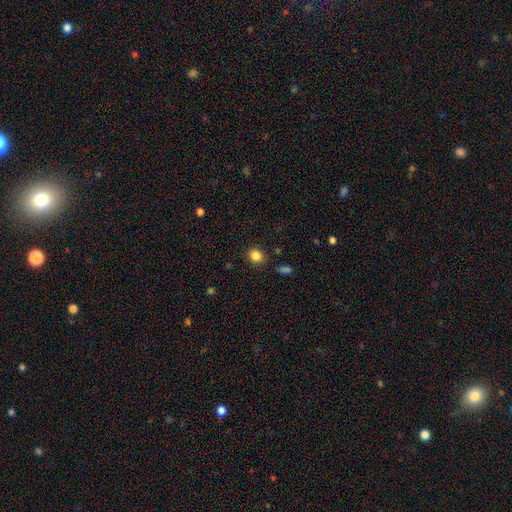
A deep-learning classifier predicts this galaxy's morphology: A smooth galaxy with no disk features (85%) that is round (68%). Merging: none (86%).